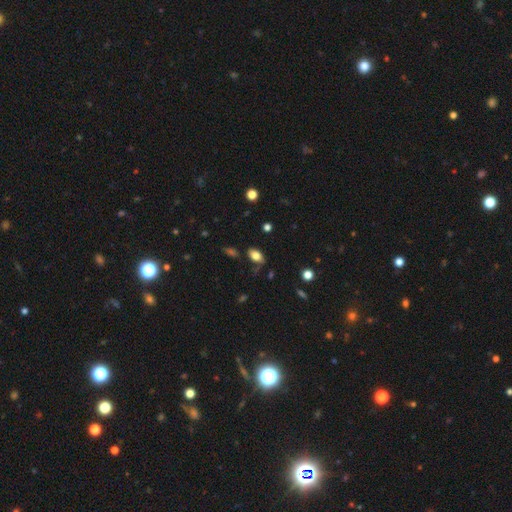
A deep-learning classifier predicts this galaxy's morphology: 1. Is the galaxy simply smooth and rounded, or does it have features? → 75% smooth, 15% featured or disk, 10% star or artifact.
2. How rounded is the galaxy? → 89% in between, 8% round, 3% cigar-shaped.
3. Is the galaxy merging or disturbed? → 67% none, 22% minor disturbance, 7% major disturbance, 4% merger.